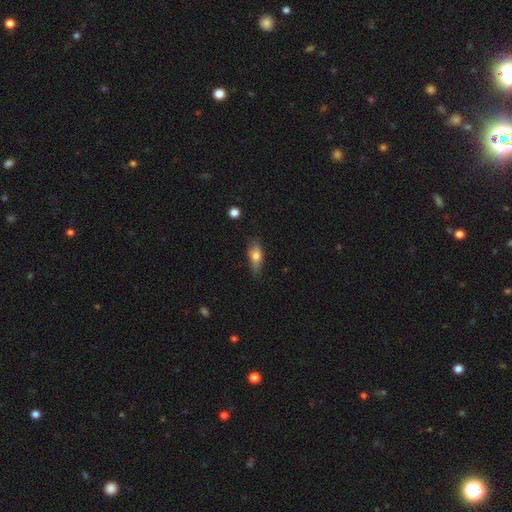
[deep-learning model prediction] Overall: smooth (71%). How rounded: in between (68%). Merging: none (74%).